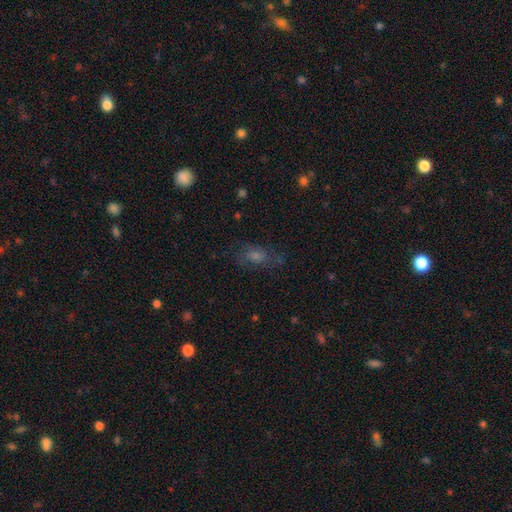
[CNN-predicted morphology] Smooth or featured: smooth — 39% (featured or disk — 37%)
Merging: none — 70% (minor disturbance — 17%)